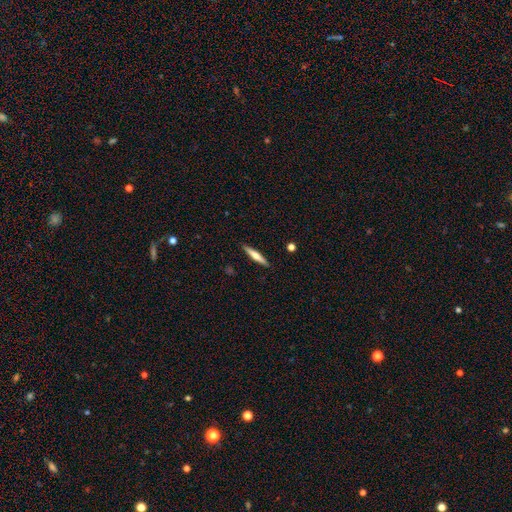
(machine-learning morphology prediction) Q: Smooth or featured?
A: smooth (47%); tied with: featured or disk (47%)
Q: Merging?
A: none (91%); runner-up: minor disturbance (7%)